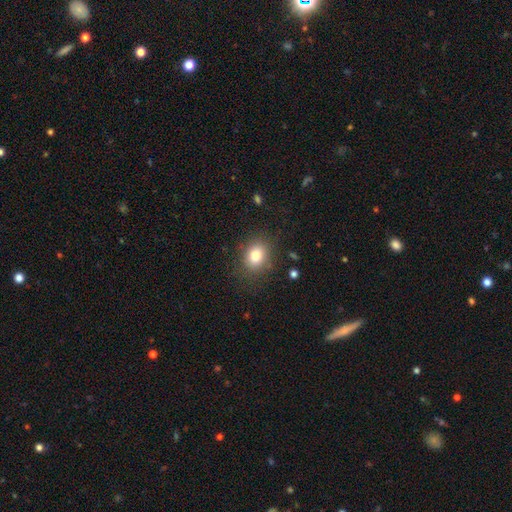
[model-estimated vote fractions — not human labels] This appears to be a smooth galaxy with no disk features (81%) that is in between round and cigar-shaped (54%). Merging: none (82%).